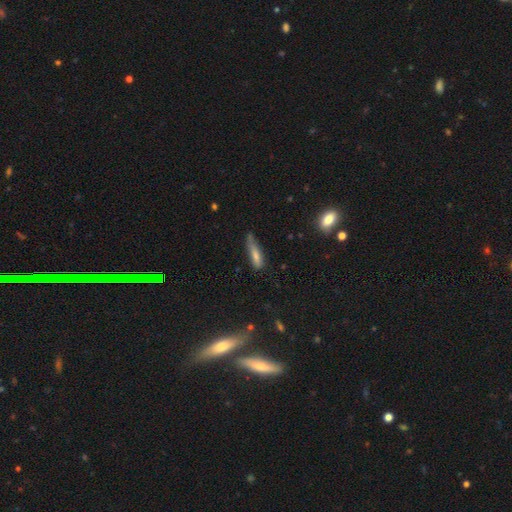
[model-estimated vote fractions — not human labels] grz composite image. It shows a smooth galaxy with no disk features (60%) that is cigar-shaped (76%). Merging: none (51%).